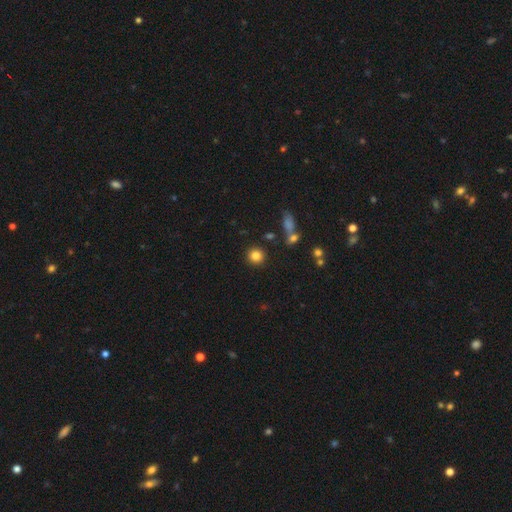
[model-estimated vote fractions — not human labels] smooth_or_featured: smooth (p=0.83) [alt: star or artifact p=0.11]
how_rounded: round (p=0.92) [alt: in between p=0.07]
merging: none (p=0.88) [alt: minor disturbance p=0.06]